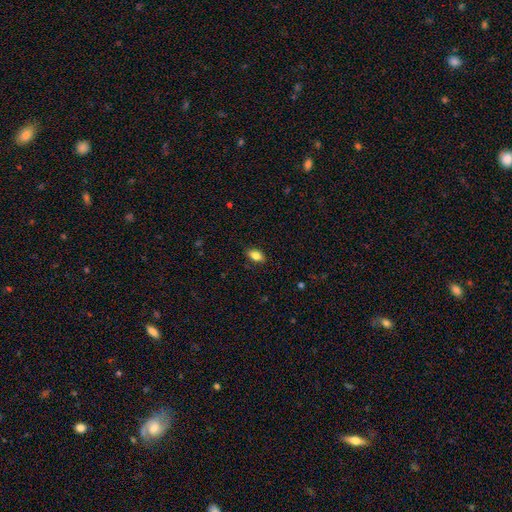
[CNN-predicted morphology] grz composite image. It shows a smooth galaxy with no disk features (82%) that is in between round and cigar-shaped (88%). Merging: none (86%).